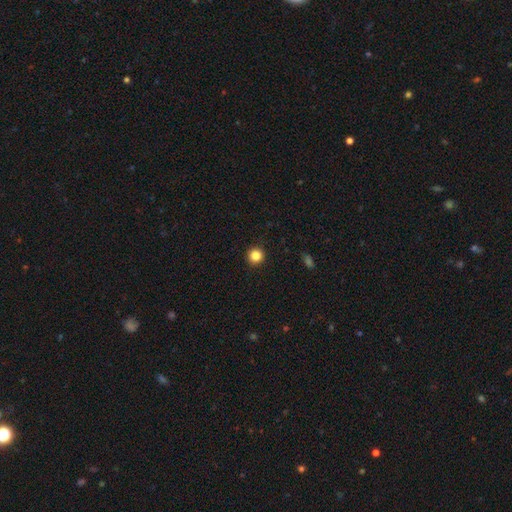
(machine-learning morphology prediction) A smooth galaxy with no disk features (85%) that is round (95%). Merging: none (93%).